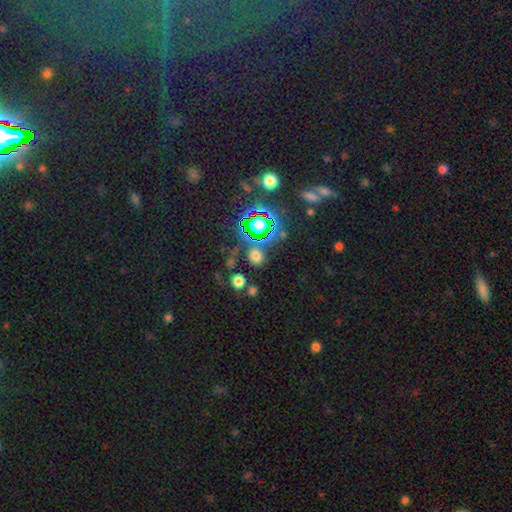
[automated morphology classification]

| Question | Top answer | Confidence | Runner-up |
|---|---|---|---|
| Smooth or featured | smooth | 61% | star or artifact (33%) |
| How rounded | round | 79% | in between (19%) |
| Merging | none | 79% | minor disturbance (9%) |